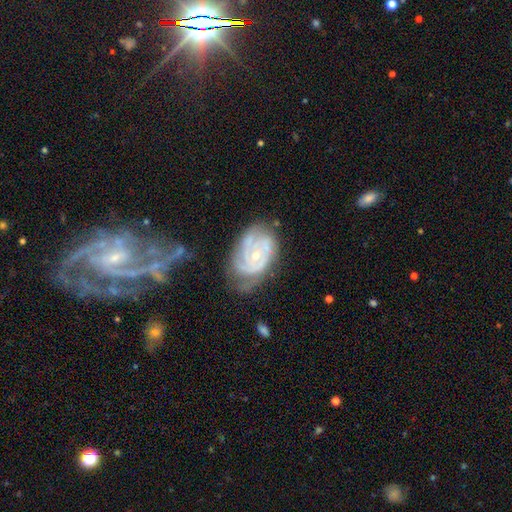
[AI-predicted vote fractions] smooth_or_featured: featured or disk (p=0.85) [alt: smooth p=0.09]
disk_edge_on: no (p=0.97) [alt: yes p=0.03]
bar: no (p=0.72) [alt: weak p=0.23]
has_spiral_arms: yes (p=0.94) [alt: no p=0.06]
spiral_winding: tight (p=0.63) [alt: medium p=0.30]
spiral_arm_count: 3 (p=0.32) [alt: can't tell p=0.26]
bulge_size: small (p=0.62) [alt: moderate p=0.35]
merging: none (p=0.50) [alt: minor disturbance p=0.29]